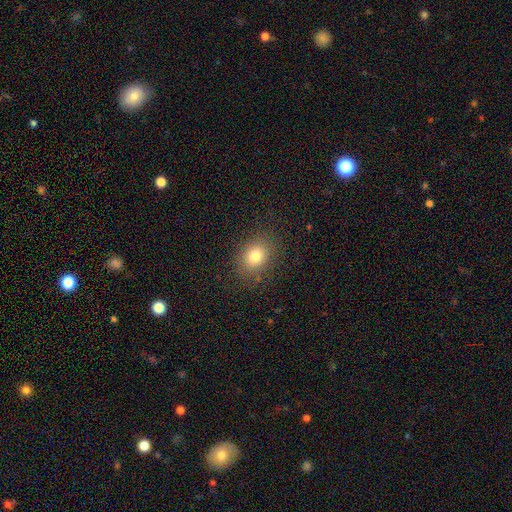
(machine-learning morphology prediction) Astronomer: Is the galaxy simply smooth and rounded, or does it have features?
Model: smooth — 80%.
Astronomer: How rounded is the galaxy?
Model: in between — 64%.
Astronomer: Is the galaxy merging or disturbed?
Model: none — 84%.